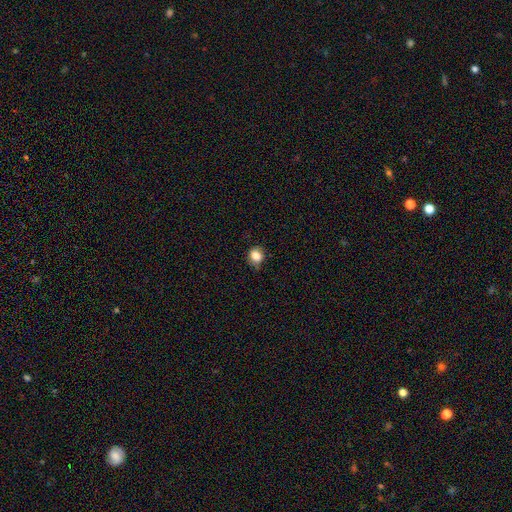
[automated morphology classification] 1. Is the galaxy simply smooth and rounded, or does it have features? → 83% smooth, 10% star or artifact, 6% featured or disk.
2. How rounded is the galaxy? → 70% round, 29% in between, 1% cigar-shaped.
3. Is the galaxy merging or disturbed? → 74% none, 21% minor disturbance, 4% major disturbance, 1% merger.